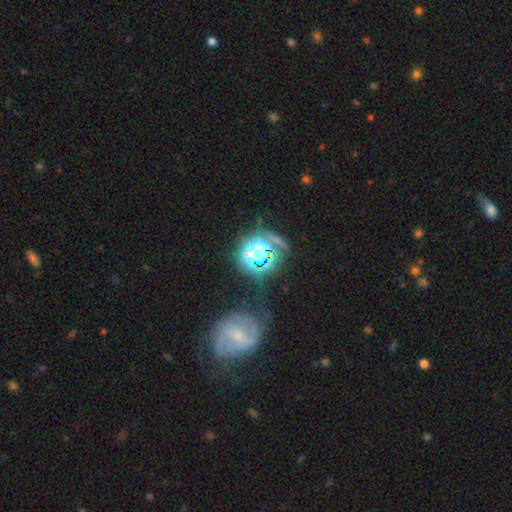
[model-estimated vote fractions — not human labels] Overall: star or artifact (40%, tied with featured or disk).